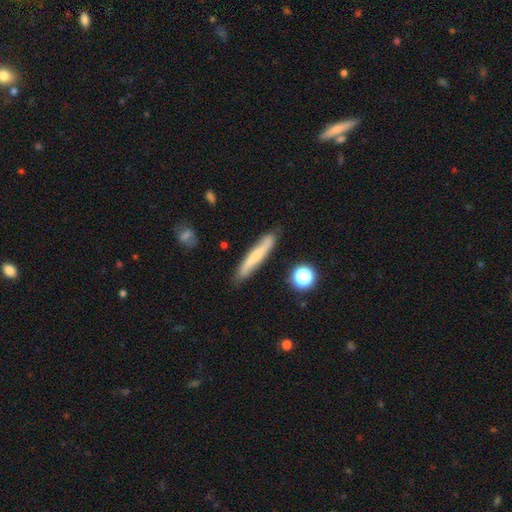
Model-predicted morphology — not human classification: Smooth or featured?
  - smooth: 49% *
  - featured or disk: 43%
  - star or artifact: 8%
Merging?
  - none: 83% *
  - minor disturbance: 12%
  - major disturbance: 2%
  - merger: 2%